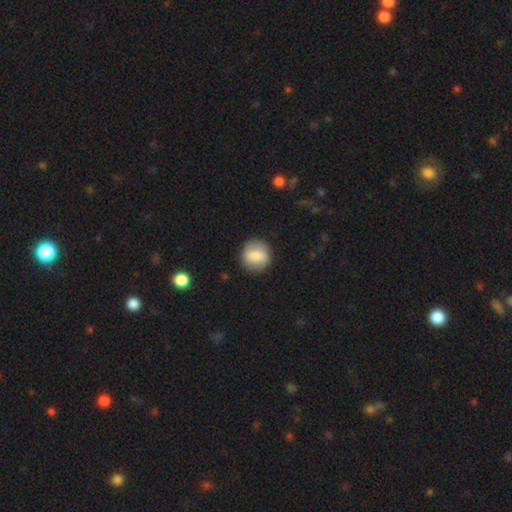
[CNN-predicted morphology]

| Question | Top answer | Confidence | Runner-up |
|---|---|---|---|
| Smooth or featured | smooth | 72% | featured or disk (21%) |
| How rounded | round | 87% | in between (12%) |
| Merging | none | 86% | minor disturbance (9%) |